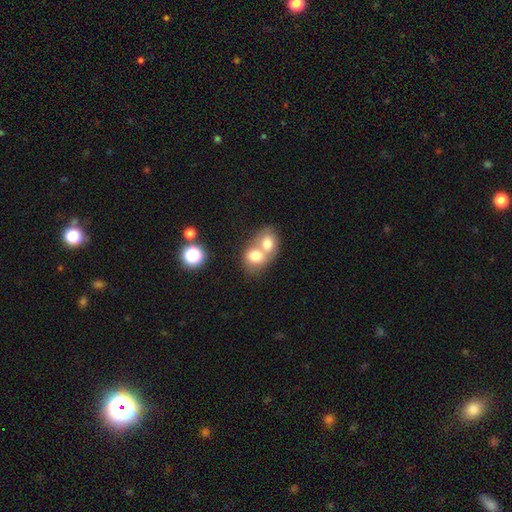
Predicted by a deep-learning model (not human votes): Smooth or featured?
  - smooth: 73% *
  - featured or disk: 18%
  - star or artifact: 9%
How rounded?
  - round: 54% *
  - in between: 45%
  - cigar-shaped: 1%
Merging?
  - merger: 73% *
  - none: 18%
  - minor disturbance: 6%
  - major disturbance: 3%